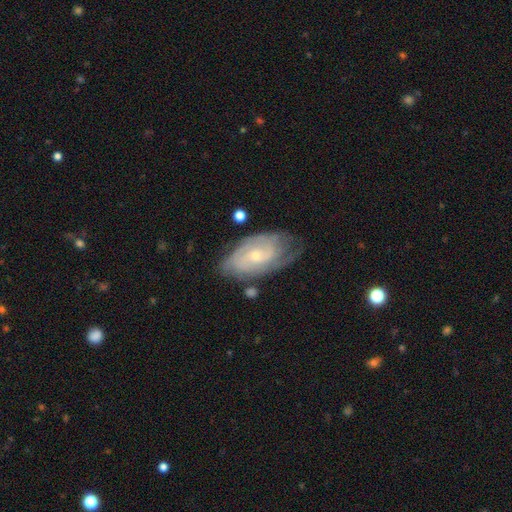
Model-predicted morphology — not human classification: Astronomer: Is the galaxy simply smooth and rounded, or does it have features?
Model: featured or disk — 77%.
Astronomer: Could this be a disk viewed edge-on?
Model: no — 95%.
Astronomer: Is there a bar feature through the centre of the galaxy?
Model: no — 65%.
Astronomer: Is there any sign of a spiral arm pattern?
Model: yes — 89%.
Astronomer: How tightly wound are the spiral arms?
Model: tight — 61%.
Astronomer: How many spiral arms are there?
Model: can't tell — 43% (runner-up: 2, 30%).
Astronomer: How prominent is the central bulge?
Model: small — 66%.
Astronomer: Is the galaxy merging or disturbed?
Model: none — 61%.